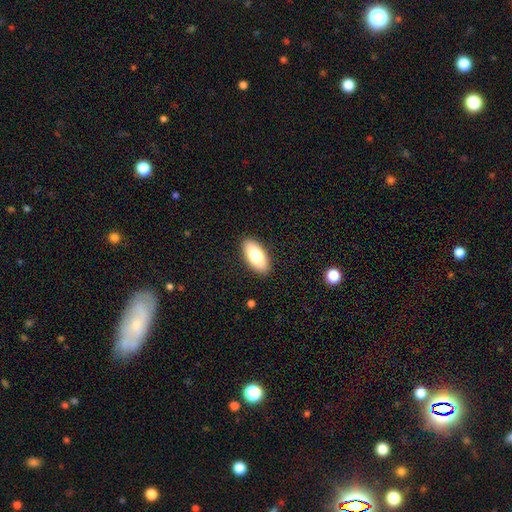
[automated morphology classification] smooth 78%, featured or disk 16%, star or artifact 6%. Down the decision tree: how rounded — in between (92%); merging — none (90%).